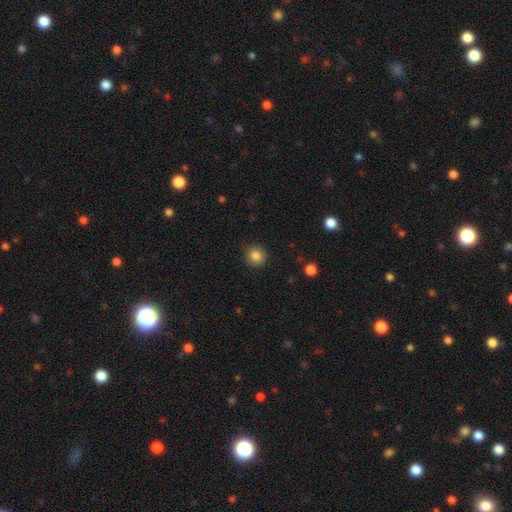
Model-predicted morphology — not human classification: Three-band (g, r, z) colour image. It shows a smooth galaxy with no disk features (84%) that is round (89%). Merging: none (86%).